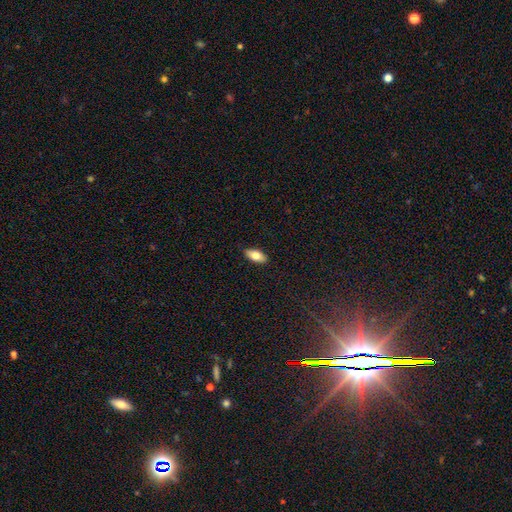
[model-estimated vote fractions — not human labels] Overall: smooth (77%). How rounded: in between (89%). Merging: none (89%).